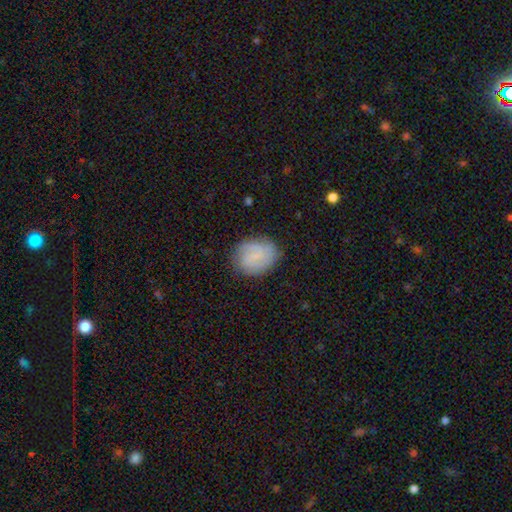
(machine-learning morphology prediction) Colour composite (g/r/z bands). It shows a featured or disk galaxy (49%). Merging: none (80%).